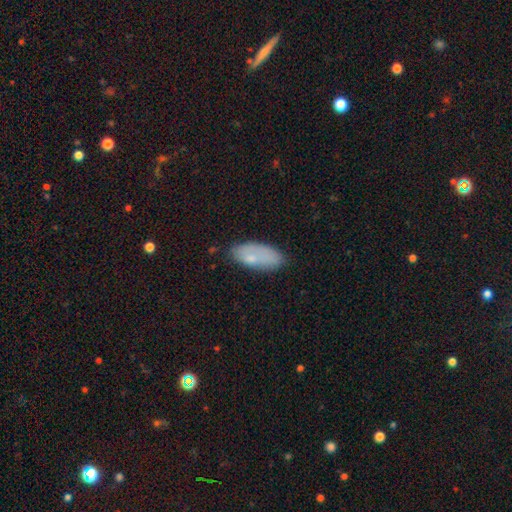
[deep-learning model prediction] Smooth or featured: smooth — 73% (featured or disk — 19%)
How rounded: in between — 84% (cigar-shaped — 14%)
Merging: none — 70% (minor disturbance — 22%)